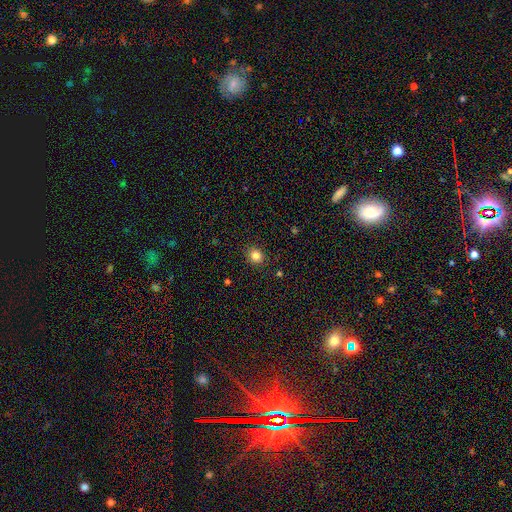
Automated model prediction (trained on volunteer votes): Q: Smooth or featured?
A: smooth (83%); runner-up: star or artifact (12%)
Q: How rounded?
A: round (72%); runner-up: in between (28%)
Q: Merging?
A: none (89%); runner-up: minor disturbance (8%)